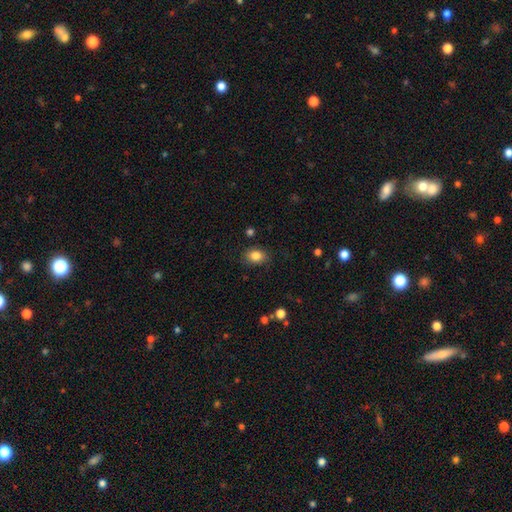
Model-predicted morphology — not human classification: This is clearly a smooth galaxy (85%). How rounded: likely in between (63%). Merging: clearly none (83%).